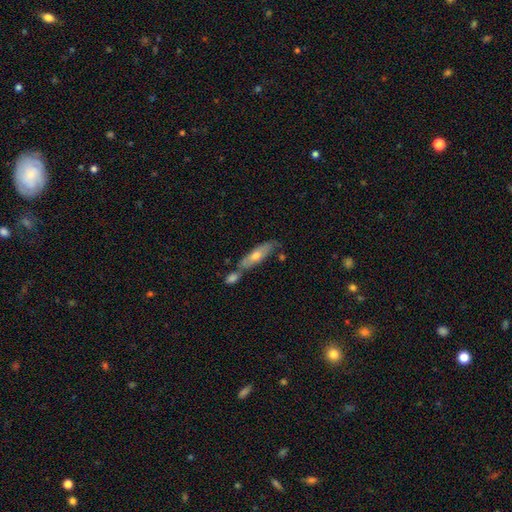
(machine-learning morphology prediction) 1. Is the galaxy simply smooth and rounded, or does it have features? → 47% smooth, 46% featured or disk, 7% star or artifact.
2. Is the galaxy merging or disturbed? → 47% none, 33% merger, 15% minor disturbance, 5% major disturbance.